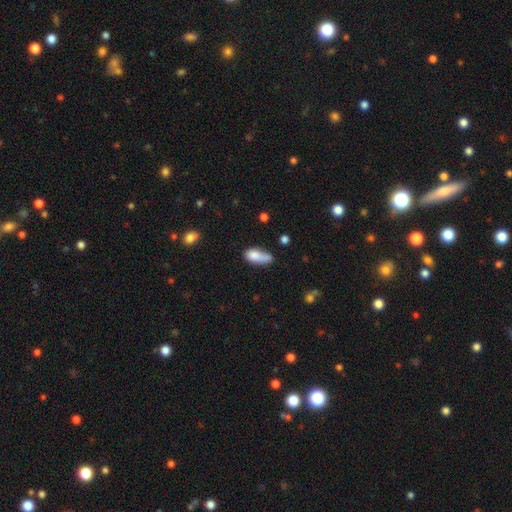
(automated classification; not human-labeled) A smooth galaxy with no disk features (78%) that is in between round and cigar-shaped (80%). Merging: none (34%).